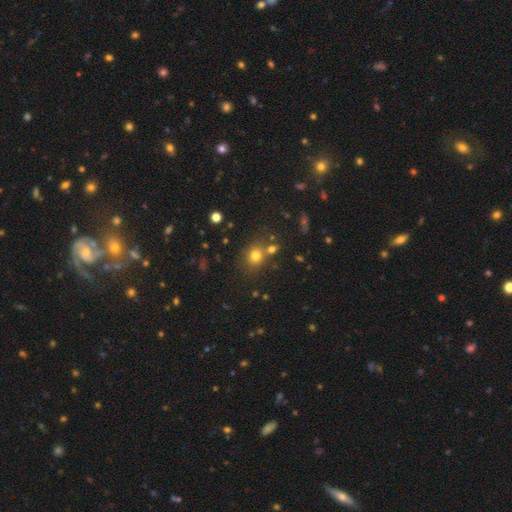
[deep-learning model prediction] A smooth galaxy with no disk features (74%) that is round (76%).

Vote fractions:
- Smooth or featured? smooth: 74% / star or artifact: 17% / featured or disk: 9%
- How rounded? round: 76% / in between: 23% / cigar-shaped: 1%
- Merging? none: 68% / merger: 17% / minor disturbance: 11% / major disturbance: 4%